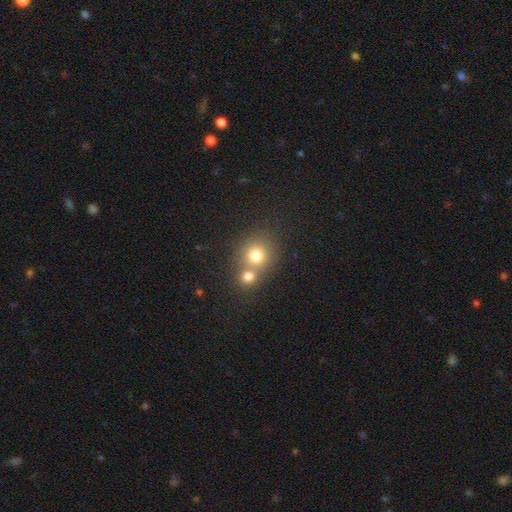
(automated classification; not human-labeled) This is likely a smooth galaxy (75%). How rounded: clearly round (85%). Merging: possibly merger (47%).